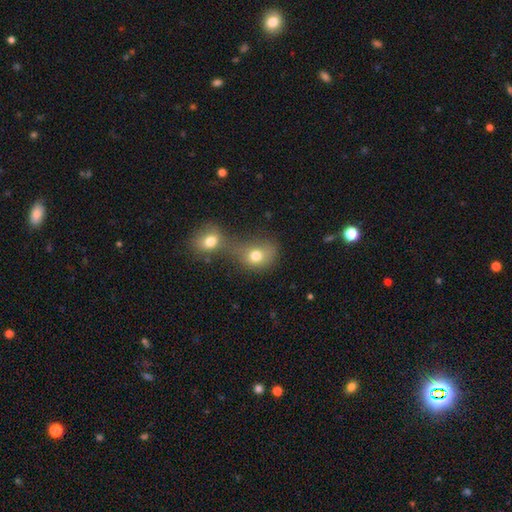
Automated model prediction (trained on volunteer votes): smooth 76%, featured or disk 12%, star or artifact 12%. Down the decision tree: how rounded — round (56%); merging — merger (62%).